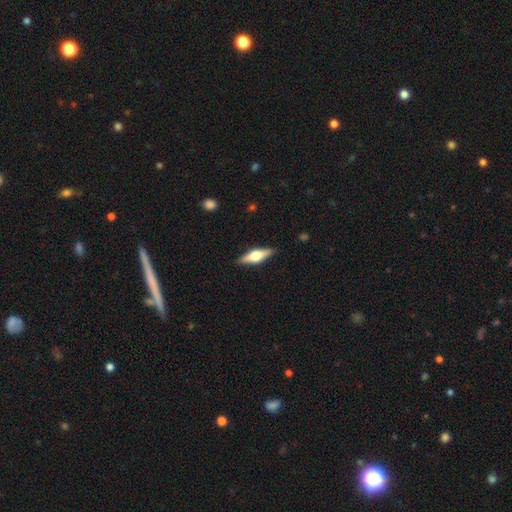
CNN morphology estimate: The model was most divided on "smooth or featured": featured or disk: 58%, smooth: 36%, star or artifact: 6%. More confident: edge-on disk — yes (95%); edge-on bulge — rounded (91%); merging — none (88%).